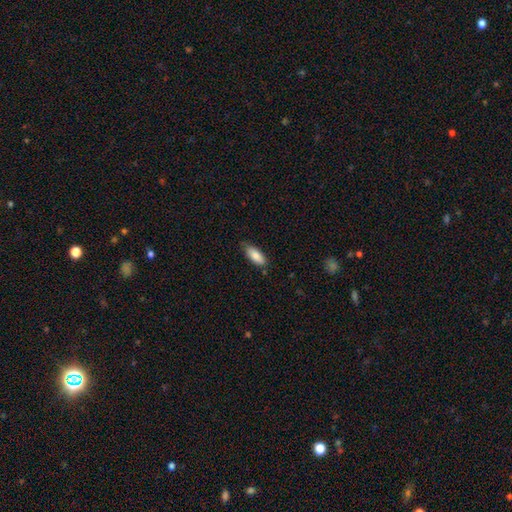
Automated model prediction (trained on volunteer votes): Smooth or featured? Predicted: smooth (p=0.85). How rounded? Predicted: in between (p=0.83). Merging? Predicted: none (p=0.76).